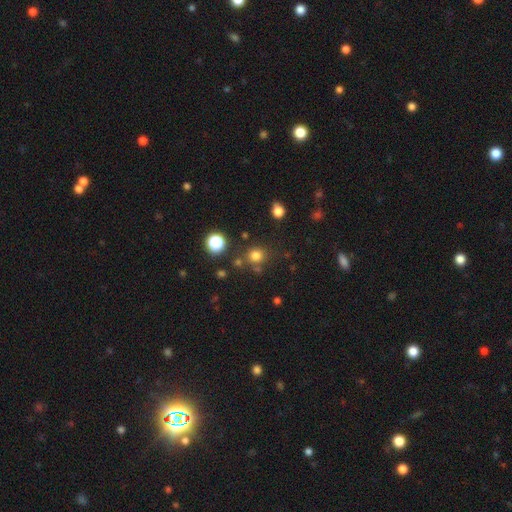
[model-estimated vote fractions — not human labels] smooth_or_featured: smooth (p=0.75) [alt: star or artifact p=0.19]
how_rounded: round (p=0.85) [alt: in between p=0.14]
merging: none (p=0.77) [alt: minor disturbance p=0.10]